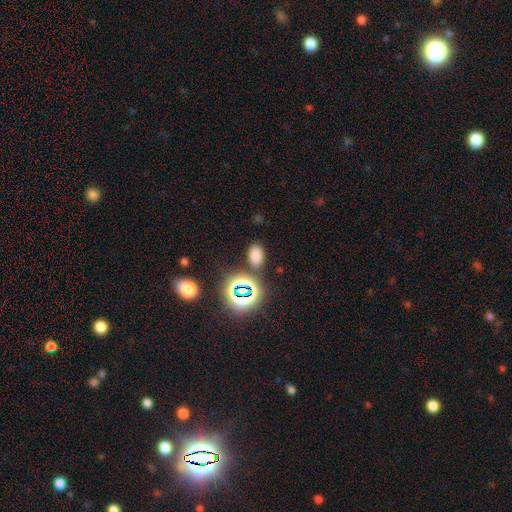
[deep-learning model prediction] Smooth or featured? smooth (69%)
How rounded? in between (87%)
Merging? none (81%)